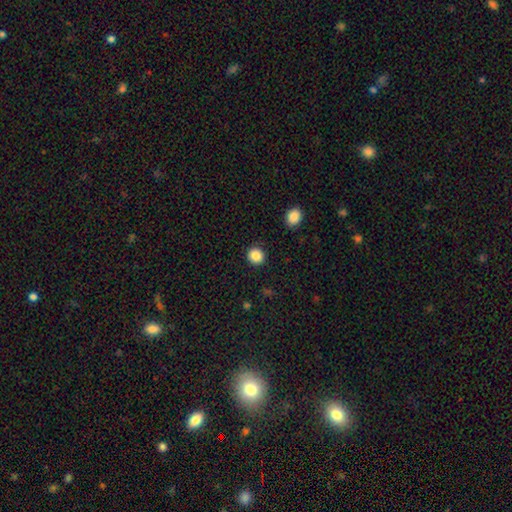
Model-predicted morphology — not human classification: smooth 87%, star or artifact 10%, featured or disk 4%. Down the decision tree: how rounded — round (90%); merging — none (91%).